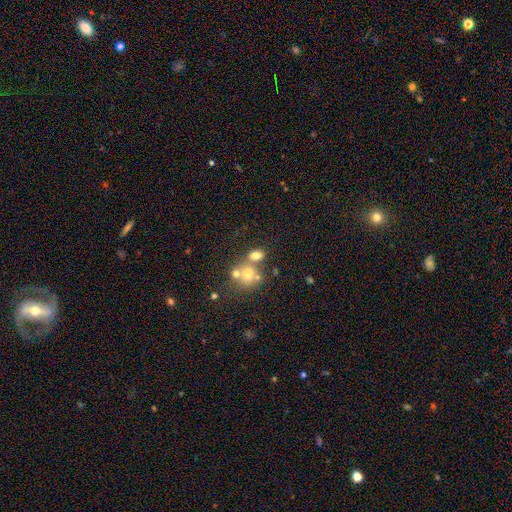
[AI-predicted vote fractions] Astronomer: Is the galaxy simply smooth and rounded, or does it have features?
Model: smooth — 69%.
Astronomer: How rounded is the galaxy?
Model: in between — 56% (runner-up: round, 42%).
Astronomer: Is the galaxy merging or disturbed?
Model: none — 43% (runner-up: merger, 42%).